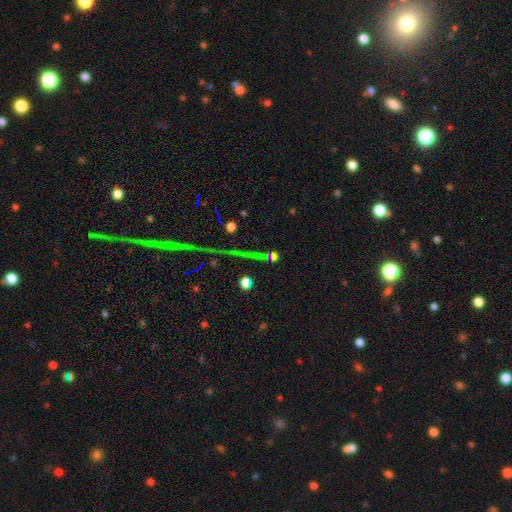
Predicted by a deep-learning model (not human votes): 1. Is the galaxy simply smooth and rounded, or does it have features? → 55% star or artifact, 27% smooth, 18% featured or disk.